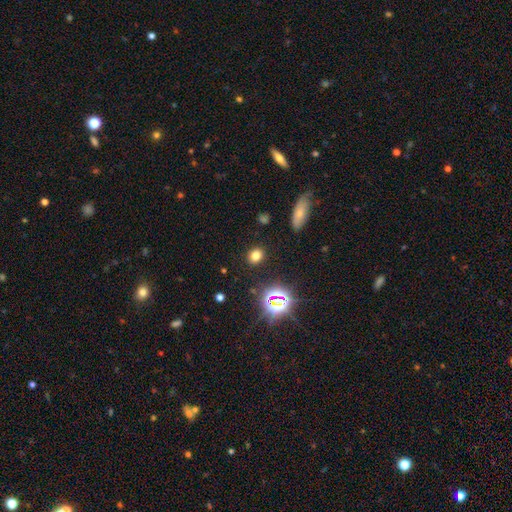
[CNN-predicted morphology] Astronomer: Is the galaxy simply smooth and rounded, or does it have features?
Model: smooth — 72%.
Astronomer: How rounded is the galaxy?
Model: round — 62%.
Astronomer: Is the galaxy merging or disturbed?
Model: none — 89%.